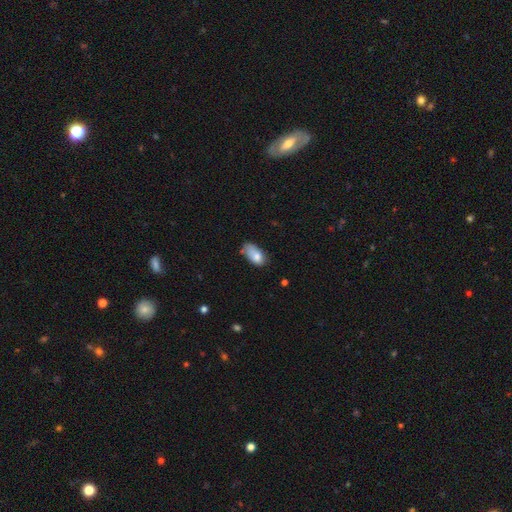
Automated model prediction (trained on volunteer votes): Morphology: type=smooth (78%); roundness=in between (92%); merging=none (40%, tied with minor disturbance).